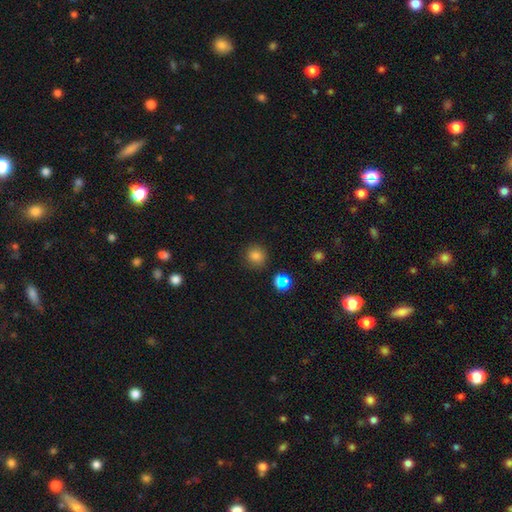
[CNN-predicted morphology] smooth-or-featured: smooth: 78% | star or artifact: 17% | featured or disk: 5%
  how-rounded: round: 87% | in between: 12% | cigar-shaped: 1%
  merging: none: 86% | minor disturbance: 9% | major disturbance: 3% | merger: 3%